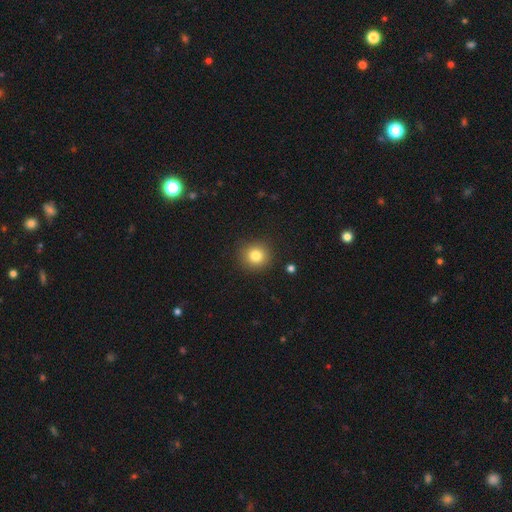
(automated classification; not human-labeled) smooth 82%, star or artifact 11%, featured or disk 7%. Down the decision tree: how rounded — round (90%); merging — none (90%).